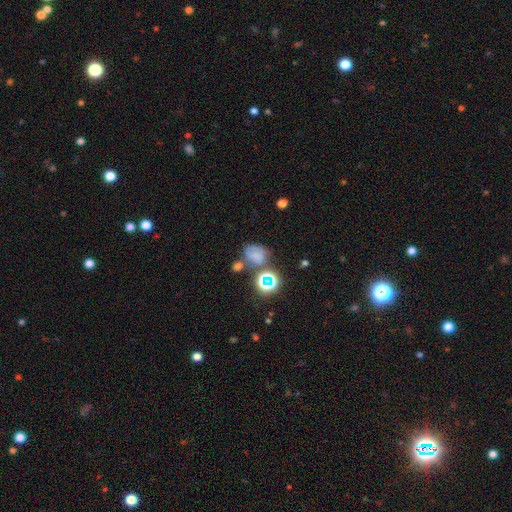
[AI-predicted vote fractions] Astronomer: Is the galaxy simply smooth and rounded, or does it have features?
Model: smooth — 55%.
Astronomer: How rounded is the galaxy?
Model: in between — 51% (runner-up: round, 48%).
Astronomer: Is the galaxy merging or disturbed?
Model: none — 41% (runner-up: merger, 25%).